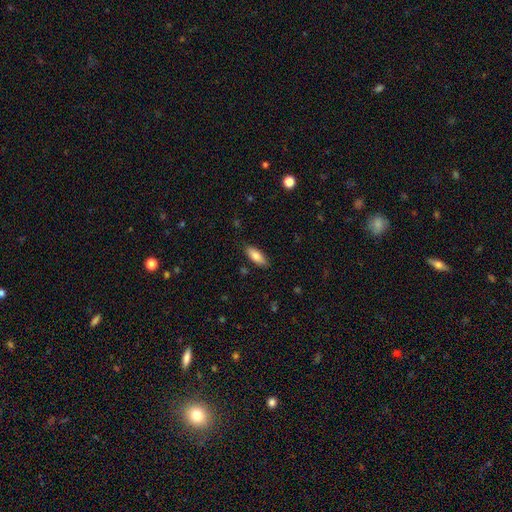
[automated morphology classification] type=smooth (80%); roundness=in between (73%); merging=none (85%).